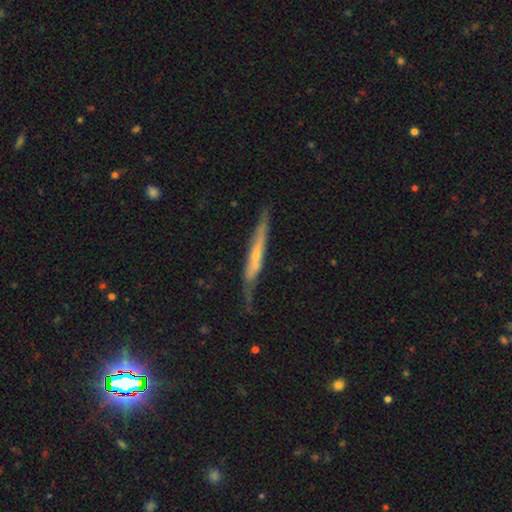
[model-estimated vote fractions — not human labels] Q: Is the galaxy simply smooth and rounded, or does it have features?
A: featured or disk — 63%.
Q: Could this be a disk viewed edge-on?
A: yes — 87%.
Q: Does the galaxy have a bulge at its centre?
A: none — 57%.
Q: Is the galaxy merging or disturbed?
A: none — 63%.